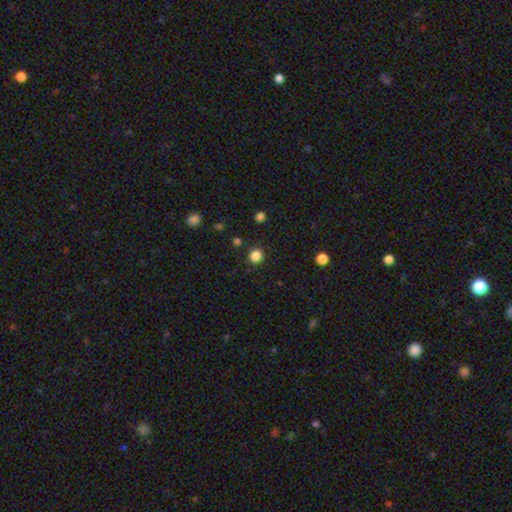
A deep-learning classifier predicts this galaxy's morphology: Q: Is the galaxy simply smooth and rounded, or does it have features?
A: smooth — 84%.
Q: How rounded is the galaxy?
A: round — 90%.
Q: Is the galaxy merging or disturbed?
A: none — 89%.